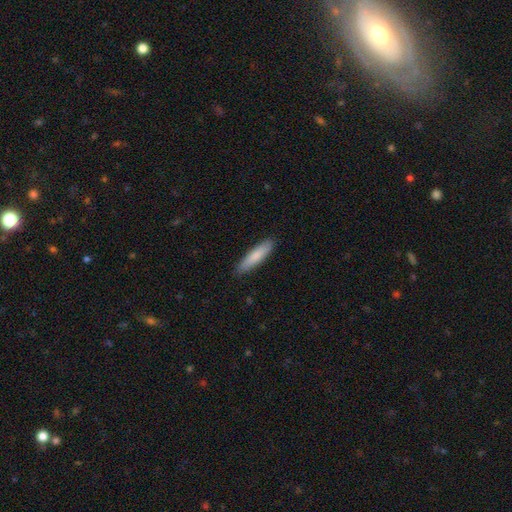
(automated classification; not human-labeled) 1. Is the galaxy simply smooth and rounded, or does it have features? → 82% smooth, 13% featured or disk, 5% star or artifact.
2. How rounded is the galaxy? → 81% cigar-shaped, 17% in between, 1% round.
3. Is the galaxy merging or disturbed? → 89% none, 8% minor disturbance, 2% major disturbance, 1% merger.